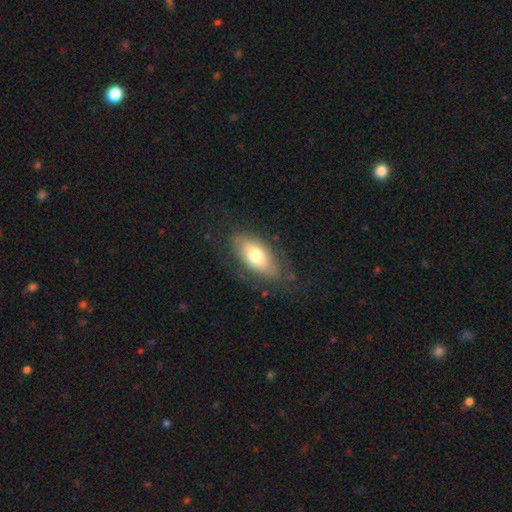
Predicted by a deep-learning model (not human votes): This is likely a smooth galaxy (65%). How rounded: clearly in between (89%). Merging: likely none (72%).